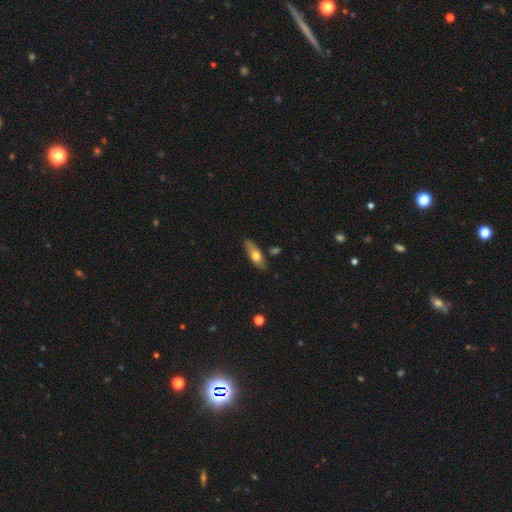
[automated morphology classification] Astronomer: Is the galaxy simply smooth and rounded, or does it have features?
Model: smooth — 62%.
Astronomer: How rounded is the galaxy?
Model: in between — 62%.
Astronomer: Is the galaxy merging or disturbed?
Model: none — 78%.